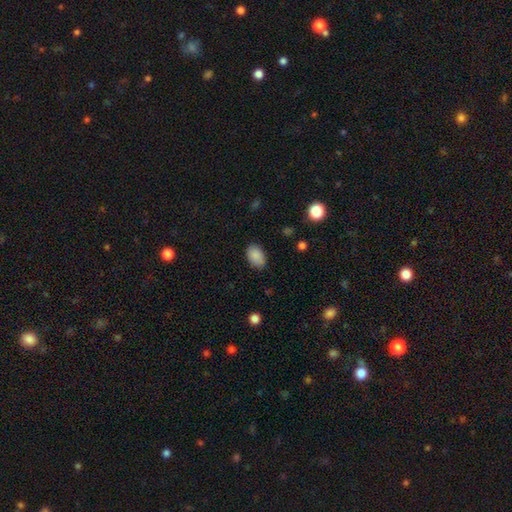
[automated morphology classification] Overall: smooth (88%). How rounded: in between (88%). Merging: none (83%).